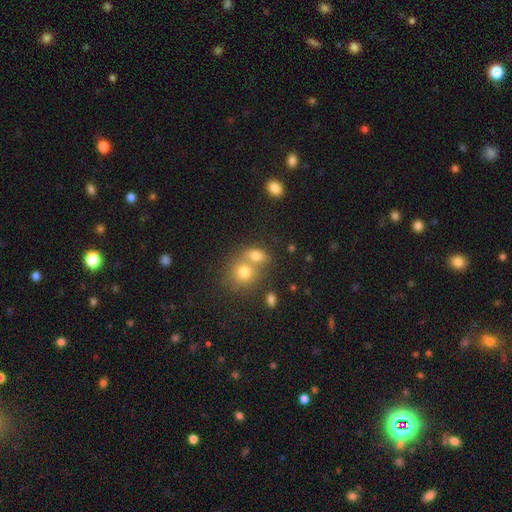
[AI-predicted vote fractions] Q: Smooth or featured?
A: smooth (75%); runner-up: featured or disk (13%)
Q: How rounded?
A: in between (65%); runner-up: round (31%)
Q: Merging?
A: merger (51%); runner-up: none (37%)